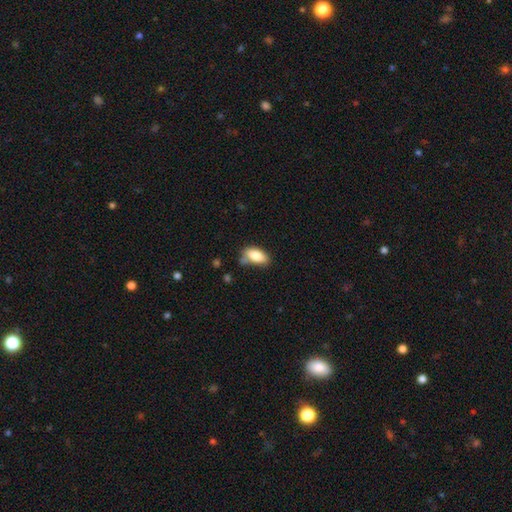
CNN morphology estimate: Q: Smooth or featured?
A: smooth (82%); runner-up: featured or disk (11%)
Q: How rounded?
A: in between (91%); runner-up: cigar-shaped (5%)
Q: Merging?
A: none (56%); runner-up: minor disturbance (28%)